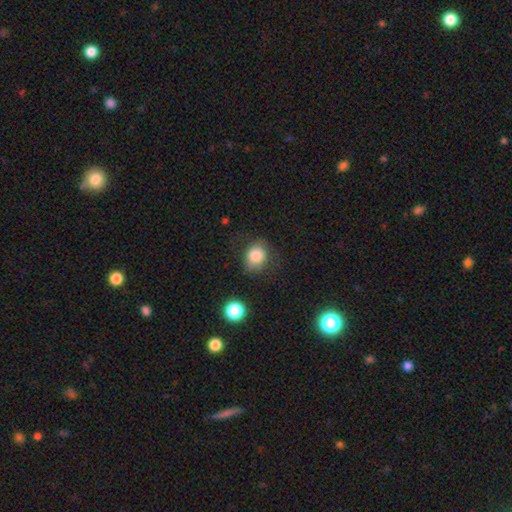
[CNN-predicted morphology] A smooth galaxy with no disk features (83%) that is round (60%). Merging: none (68%).